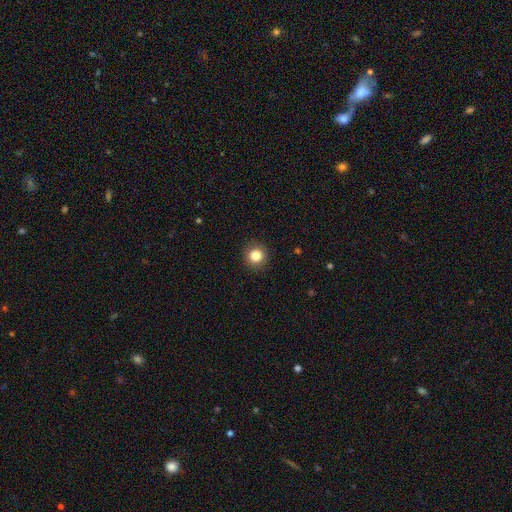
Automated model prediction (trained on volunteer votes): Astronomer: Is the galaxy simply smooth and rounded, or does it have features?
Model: smooth — 84%.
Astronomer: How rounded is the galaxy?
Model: round — 93%.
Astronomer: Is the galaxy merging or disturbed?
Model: none — 91%.